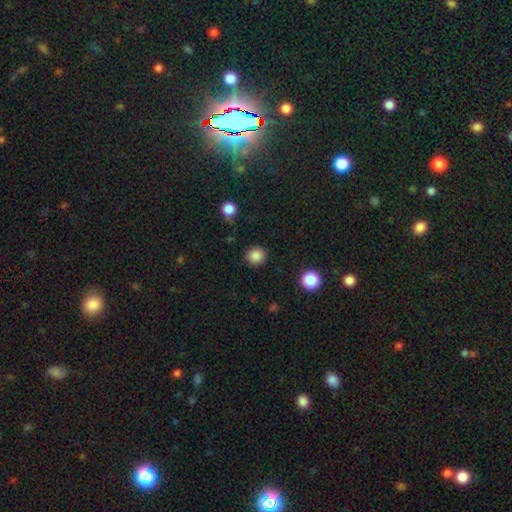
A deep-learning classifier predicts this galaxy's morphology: Smooth or featured? Predicted: smooth (p=0.86). How rounded? Predicted: round (p=0.93). Merging? Predicted: none (p=0.90).